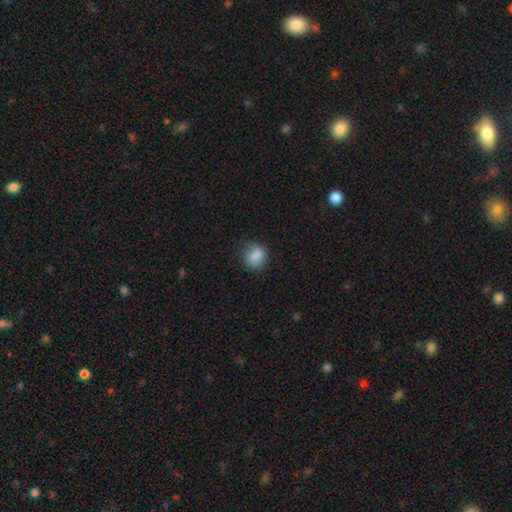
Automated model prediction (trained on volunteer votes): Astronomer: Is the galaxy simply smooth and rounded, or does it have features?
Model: smooth — 83%.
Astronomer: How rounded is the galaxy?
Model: round — 61% (runner-up: in between, 37%).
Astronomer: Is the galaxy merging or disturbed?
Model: none — 74%.